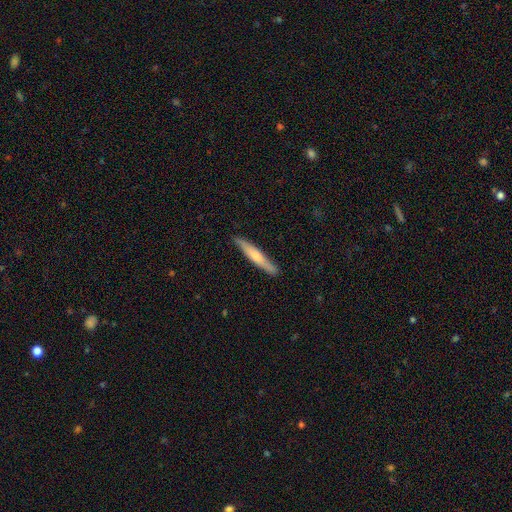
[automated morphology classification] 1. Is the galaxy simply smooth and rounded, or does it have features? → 57% smooth, 38% featured or disk, 5% star or artifact.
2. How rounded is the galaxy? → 93% cigar-shaped, 5% in between, 1% round.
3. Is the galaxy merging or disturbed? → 88% none, 9% minor disturbance, 2% major disturbance, 1% merger.